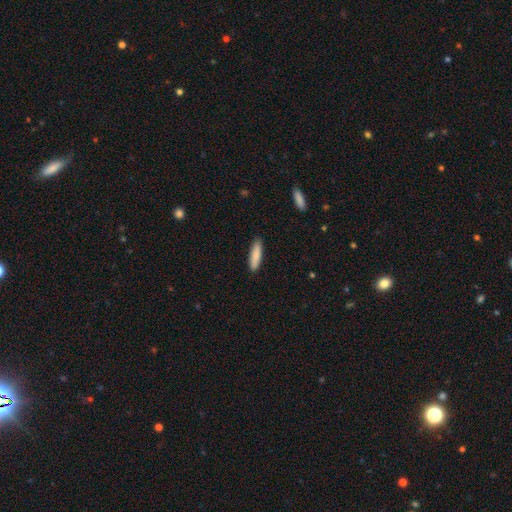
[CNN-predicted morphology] The model was most divided on "how rounded": cigar-shaped: 77%, in between: 22%, round: 1%. More confident: merging — none (90%); smooth or featured — smooth (86%).